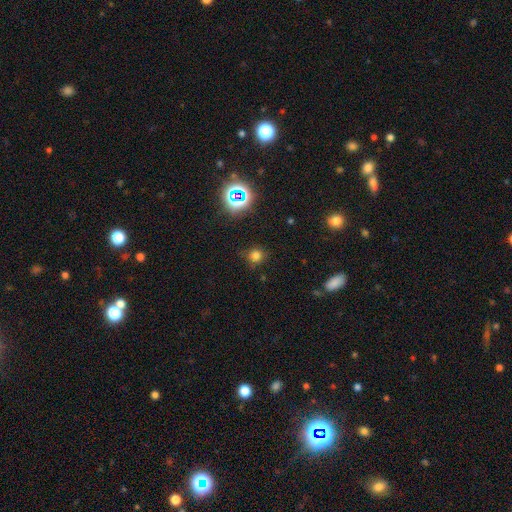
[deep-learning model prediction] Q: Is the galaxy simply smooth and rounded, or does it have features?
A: smooth — 68%.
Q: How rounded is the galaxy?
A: round — 90%.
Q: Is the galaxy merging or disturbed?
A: none — 81%.